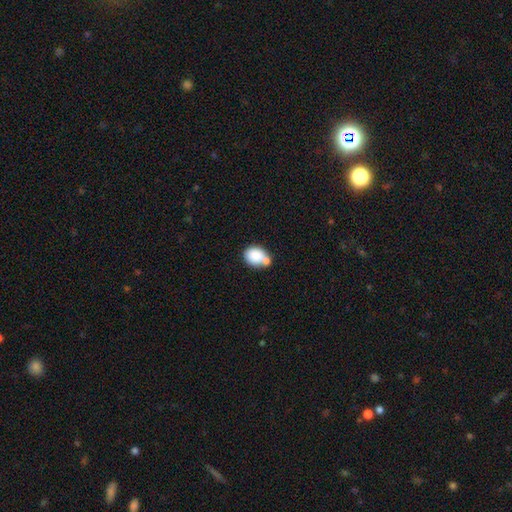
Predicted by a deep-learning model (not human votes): Q: Smooth or featured?
A: smooth (83%); runner-up: featured or disk (8%)
Q: How rounded?
A: in between (54%); runner-up: round (45%)
Q: Merging?
A: none (41%); runner-up: merger (36%)